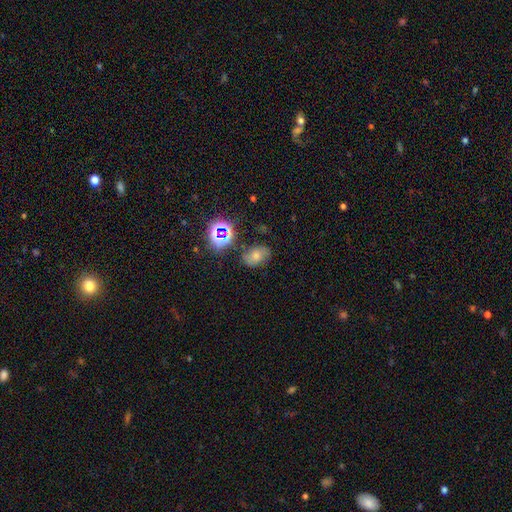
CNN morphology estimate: Smooth or featured? smooth (56%)
How rounded? in between (79%)
Merging? none (72%)